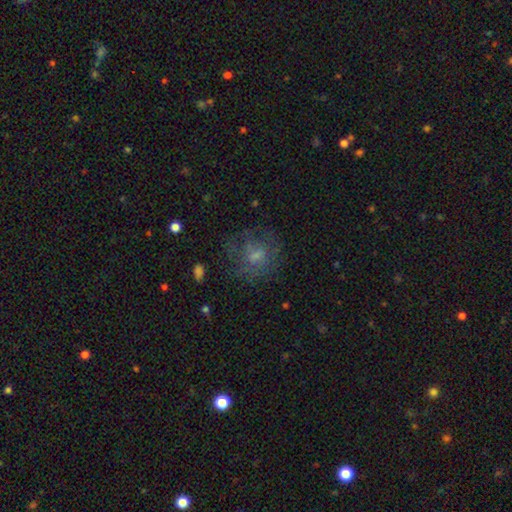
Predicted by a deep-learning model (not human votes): smooth 49%, featured or disk 37%, star or artifact 14%. Down the decision tree: merging — none (57%).